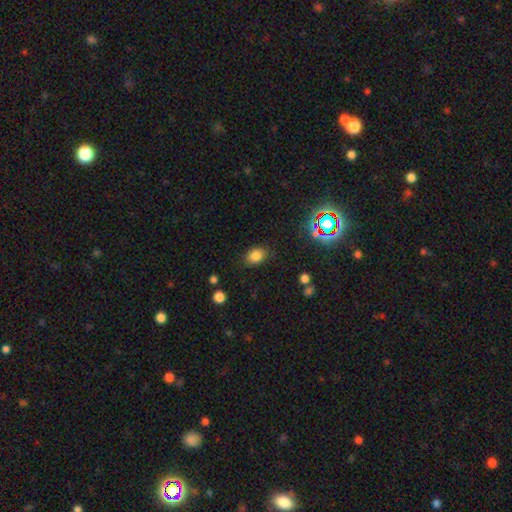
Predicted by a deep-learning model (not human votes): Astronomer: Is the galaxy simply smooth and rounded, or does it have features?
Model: smooth — 80%.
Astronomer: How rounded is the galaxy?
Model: in between — 70%.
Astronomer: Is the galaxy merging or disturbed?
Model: none — 82%.